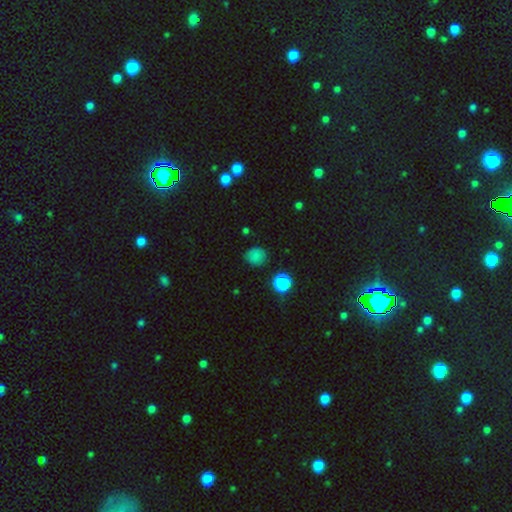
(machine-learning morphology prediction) type=smooth (80%); roundness=round (79%); merging=none (81%).